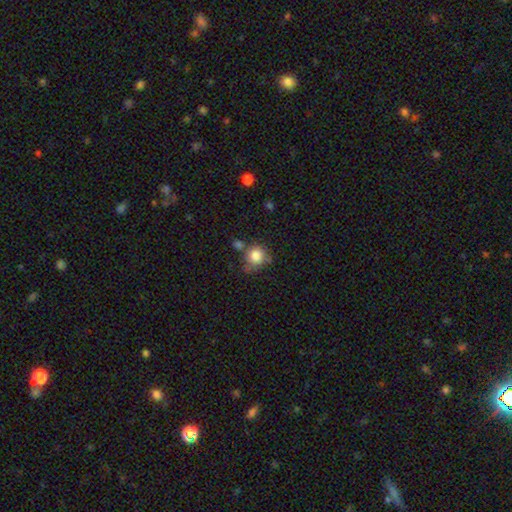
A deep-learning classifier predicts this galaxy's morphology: smooth-or-featured: smooth: 82% | star or artifact: 10% | featured or disk: 8%
  how-rounded: round: 86% | in between: 13% | cigar-shaped: 1%
  merging: none: 61% | minor disturbance: 19% | merger: 15% | major disturbance: 6%